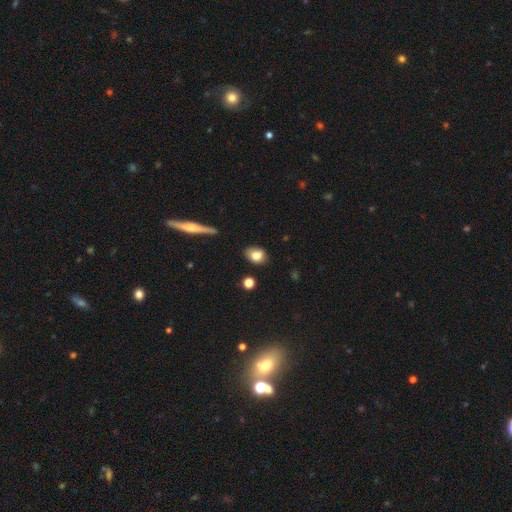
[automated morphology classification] Overall: smooth (80%). How rounded: in between (65%; round 33%). Merging: none (80%).